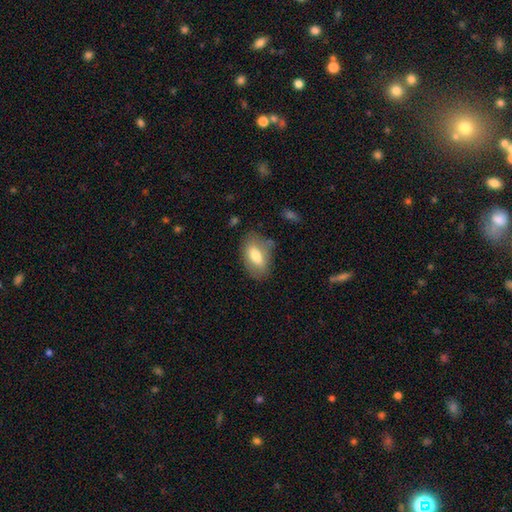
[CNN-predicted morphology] A smooth galaxy with no disk features (70%) that is in between round and cigar-shaped (89%).

Vote fractions:
- Smooth or featured? smooth: 70% / featured or disk: 23% / star or artifact: 7%
- How rounded? in between: 89% / round: 6% / cigar-shaped: 5%
- Merging? none: 72% / minor disturbance: 19% / major disturbance: 6% / merger: 3%